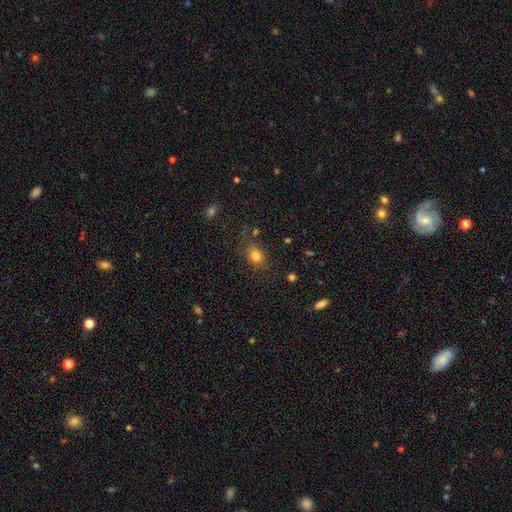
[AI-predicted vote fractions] Overall: smooth (80%). How rounded: in between (52%; round 47%). Merging: none (68%).